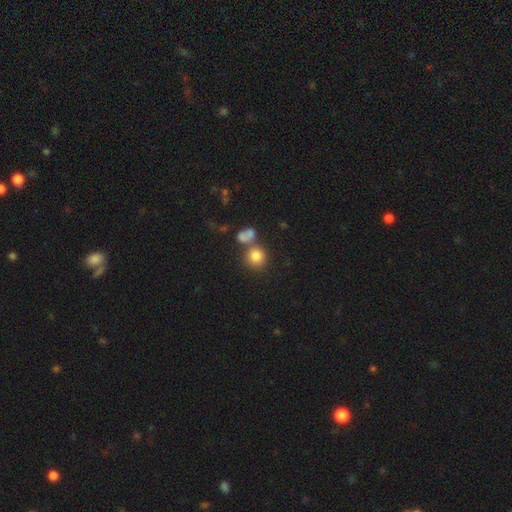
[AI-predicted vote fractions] A smooth galaxy with no disk features (80%) that is round (89%). Merging: none (60%).